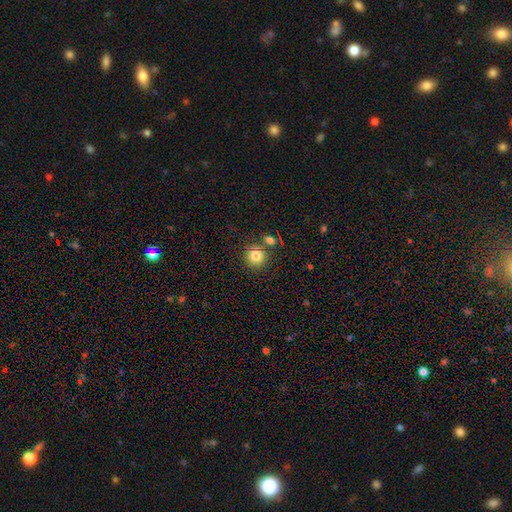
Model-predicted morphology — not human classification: smooth-or-featured: smooth: 83% | star or artifact: 11% | featured or disk: 6%
  how-rounded: round: 92% | in between: 7% | cigar-shaped: 1%
  merging: none: 79% | merger: 10% | minor disturbance: 8% | major disturbance: 3%